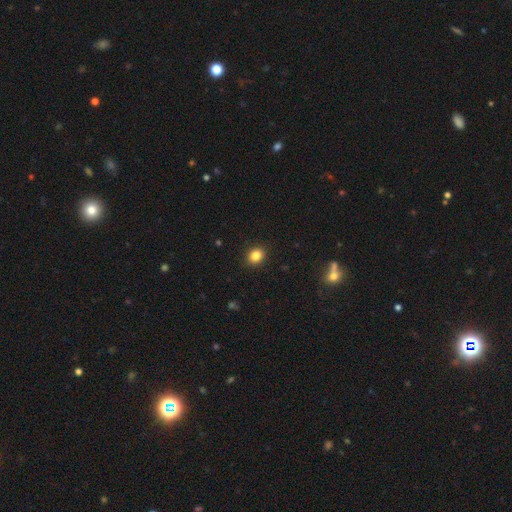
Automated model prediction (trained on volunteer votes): Smooth or featured: smooth — 84% (star or artifact — 11%)
How rounded: round — 57% (in between — 42%)
Merging: none — 90% (minor disturbance — 7%)